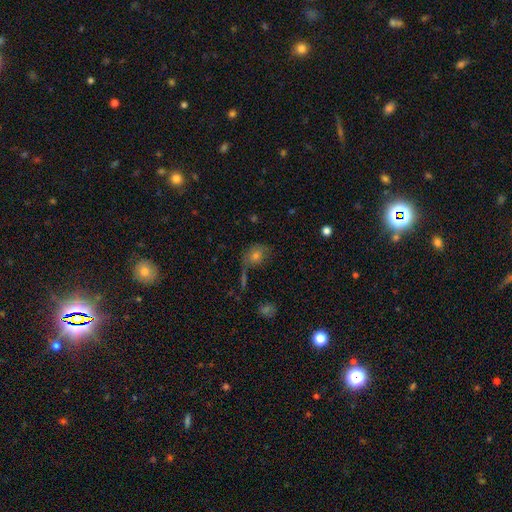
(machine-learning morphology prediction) A smooth galaxy with no disk features (57%) that is round (49%, tied with in between). Merging: none (53%).